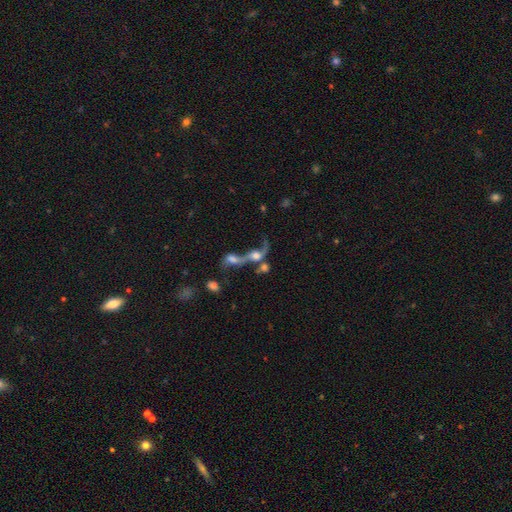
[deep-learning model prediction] A featured or disk galaxy (50%).

Vote fractions:
- Smooth or featured? featured or disk: 50% / smooth: 36% / star or artifact: 14%
- Merging? merger: 73% / major disturbance: 11% / none: 11% / minor disturbance: 5%